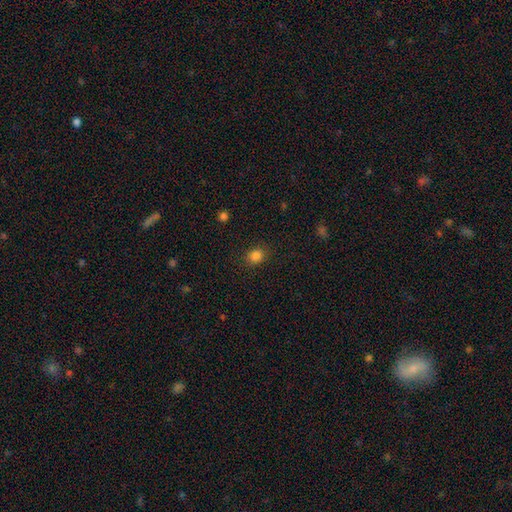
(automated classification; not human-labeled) Smooth or featured? Predicted: smooth (p=0.84). How rounded? Predicted: round (p=0.62). Merging? Predicted: none (p=0.87).